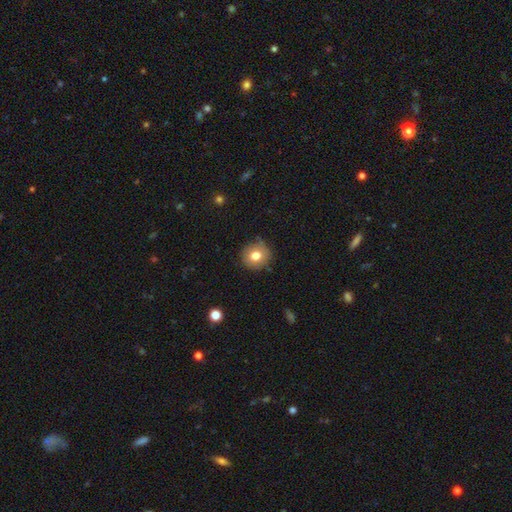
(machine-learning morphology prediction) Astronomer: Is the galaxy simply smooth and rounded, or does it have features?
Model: smooth — 78%.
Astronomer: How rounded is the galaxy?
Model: round — 90%.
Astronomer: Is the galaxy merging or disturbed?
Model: none — 82%.